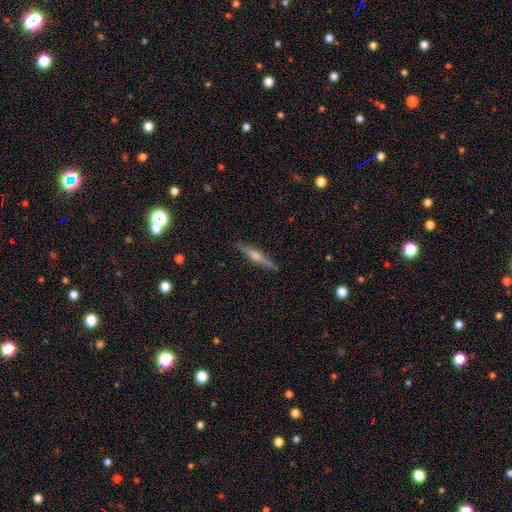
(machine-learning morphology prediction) Smooth or featured: featured or disk — 69% (smooth — 25%)
Edge-on disk: yes — 98% (no — 2%)
Edge-on bulge: rounded — 76% (boxy — 14%)
Merging: none — 90% (minor disturbance — 7%)